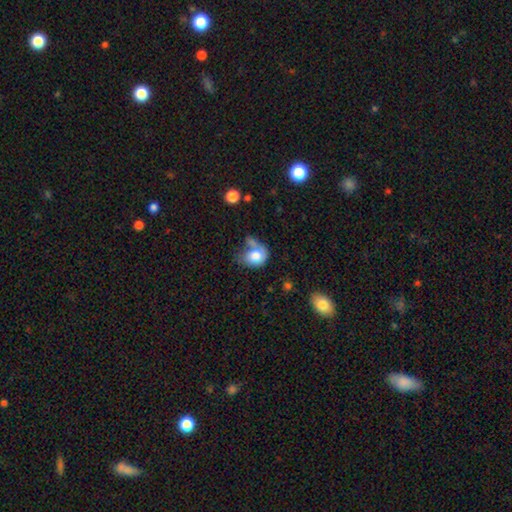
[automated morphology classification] smooth_or_featured: smooth (p=0.76) [alt: featured or disk p=0.17]
how_rounded: in between (p=0.51) [alt: round p=0.48]
merging: merger (p=0.30) [alt: none p=0.27]